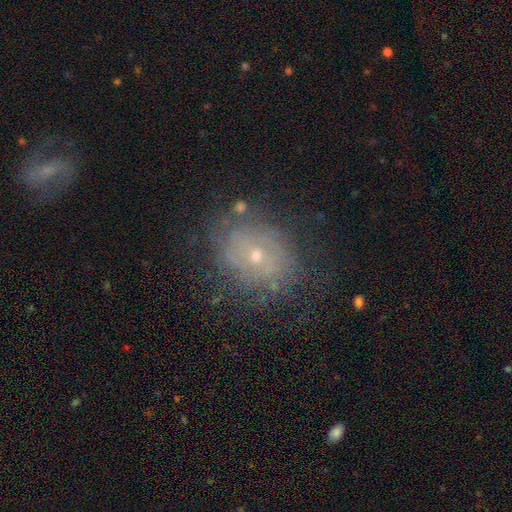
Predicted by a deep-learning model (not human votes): featured or disk 61%, smooth 27%, star or artifact 12%. Down the decision tree: edge-on disk — no (96%); bar — no (81%); spiral arms — yes (65%); bulge size — small (60%); merging — none (70%).